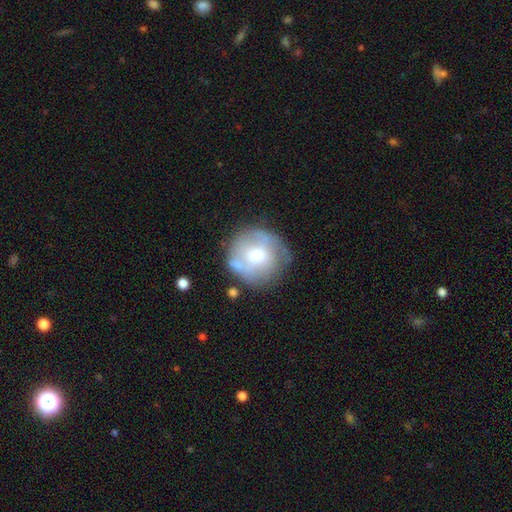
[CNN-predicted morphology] Smooth or featured: smooth — 53% (featured or disk — 38%)
How rounded: round — 92% (in between — 7%)
Merging: none — 62% (minor disturbance — 20%)